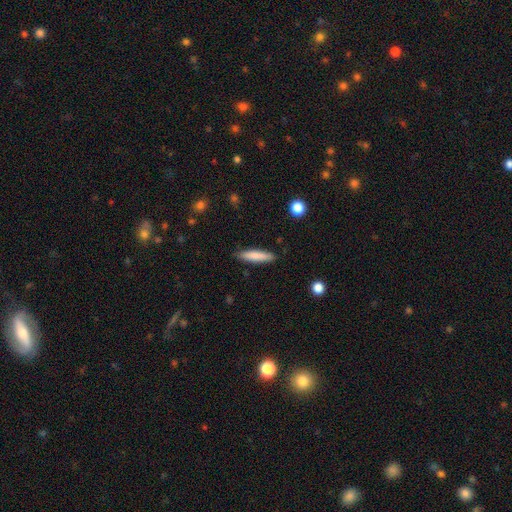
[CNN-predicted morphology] Overall: smooth (79%). How rounded: cigar-shaped (84%). Merging: none (87%).